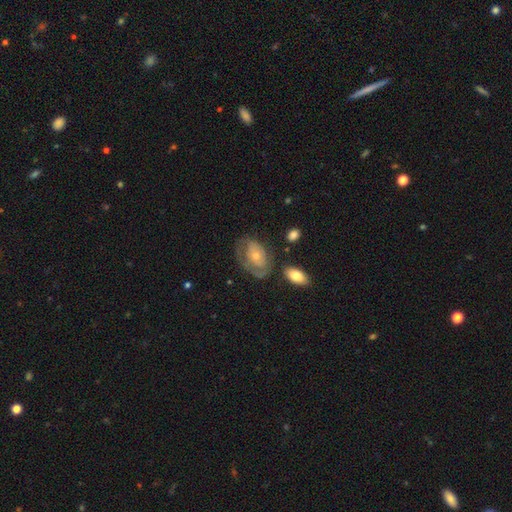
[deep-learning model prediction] featured or disk 61%, smooth 31%, star or artifact 8%. Down the decision tree: edge-on disk — no (95%); bar — no (77%); spiral arms — yes (60%); bulge size — small (60%); merging — none (55%).